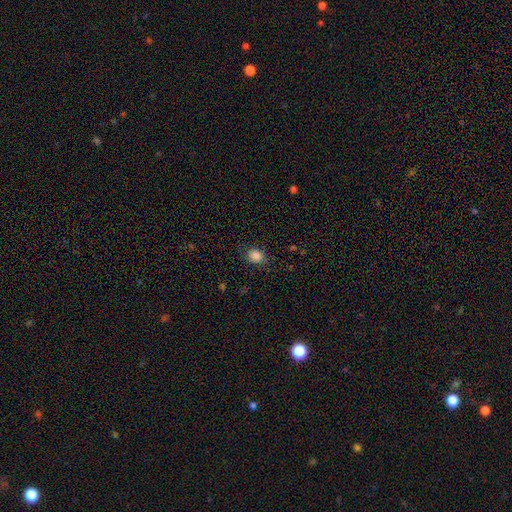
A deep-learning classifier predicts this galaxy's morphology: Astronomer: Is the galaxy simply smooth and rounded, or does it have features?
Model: smooth — 86%.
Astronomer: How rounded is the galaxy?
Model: in between — 53% (runner-up: round, 46%).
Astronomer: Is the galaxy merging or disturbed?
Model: none — 80%.